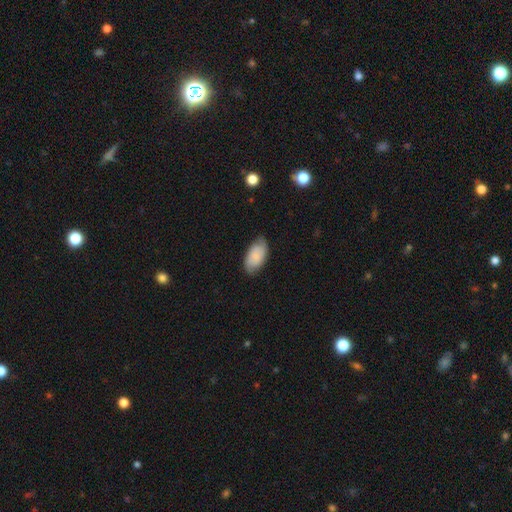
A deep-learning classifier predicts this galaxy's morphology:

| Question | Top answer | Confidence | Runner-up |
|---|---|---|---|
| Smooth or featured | smooth | 69% | featured or disk (24%) |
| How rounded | in between | 95% | round (3%) |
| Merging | none | 75% | minor disturbance (20%) |